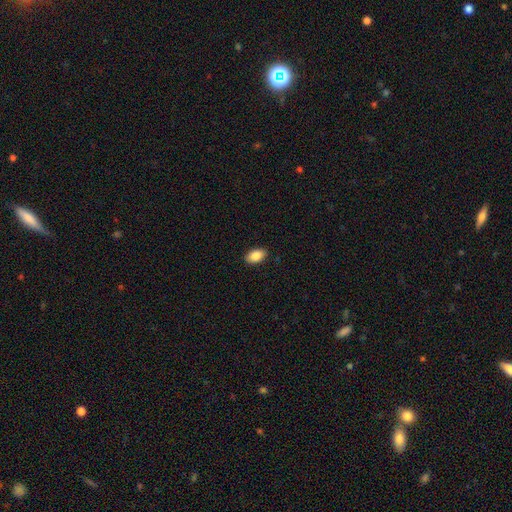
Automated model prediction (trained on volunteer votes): Morphology: type=smooth (88%); roundness=in between (92%); merging=none (89%).